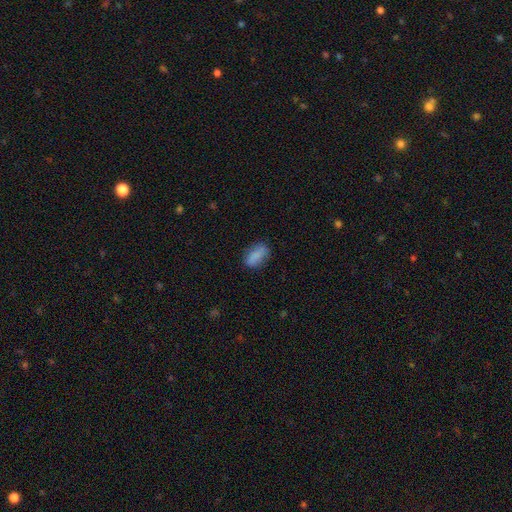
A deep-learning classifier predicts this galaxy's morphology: A smooth galaxy with no disk features (84%) that is in between round and cigar-shaped (89%).

Vote fractions:
- Smooth or featured? smooth: 84% / featured or disk: 8% / star or artifact: 8%
- How rounded? in between: 89% / cigar-shaped: 5% / round: 5%
- Merging? none: 77% / minor disturbance: 18% / major disturbance: 4% / merger: 2%